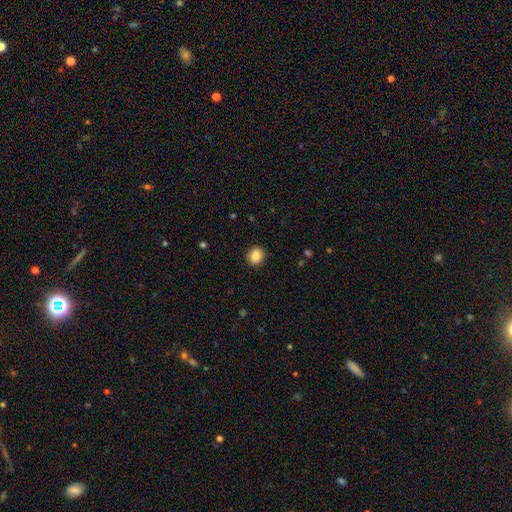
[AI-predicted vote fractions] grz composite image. It shows a smooth galaxy with no disk features (87%) that is round (82%). Merging: none (91%).